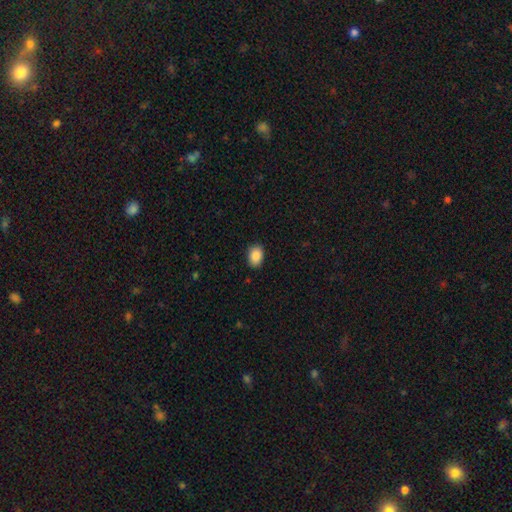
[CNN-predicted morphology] A smooth galaxy with no disk features (88%) that is in between round and cigar-shaped (78%). Merging: none (88%).